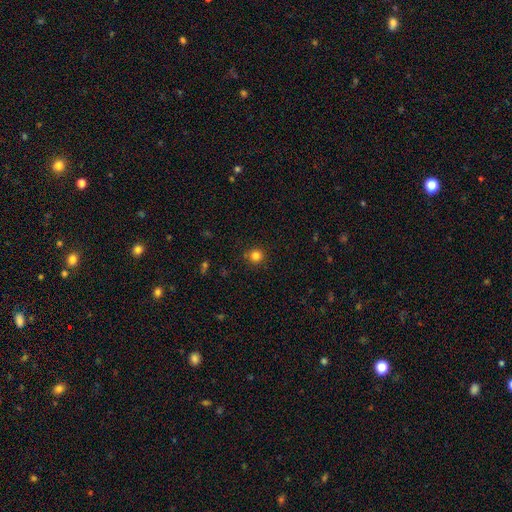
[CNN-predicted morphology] Q: Smooth or featured?
A: smooth (83%); runner-up: star or artifact (13%)
Q: How rounded?
A: round (94%); runner-up: in between (5%)
Q: Merging?
A: none (88%); runner-up: minor disturbance (7%)